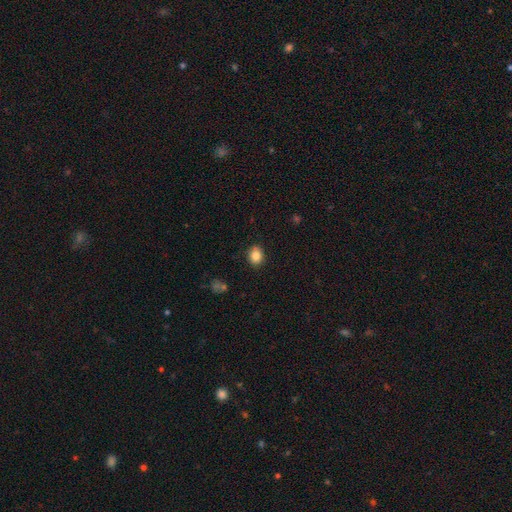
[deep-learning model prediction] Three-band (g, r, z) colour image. It shows a smooth galaxy with no disk features (84%) that is in between round and cigar-shaped (50%). Merging: none (88%).